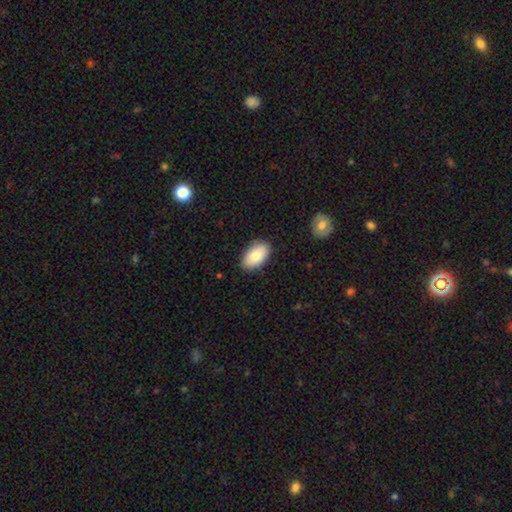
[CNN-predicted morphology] Smooth or featured?
  - smooth: 82% *
  - featured or disk: 12%
  - star or artifact: 6%
How rounded?
  - in between: 95% *
  - round: 4%
  - cigar-shaped: 1%
Merging?
  - none: 86% *
  - minor disturbance: 10%
  - major disturbance: 2%
  - merger: 1%